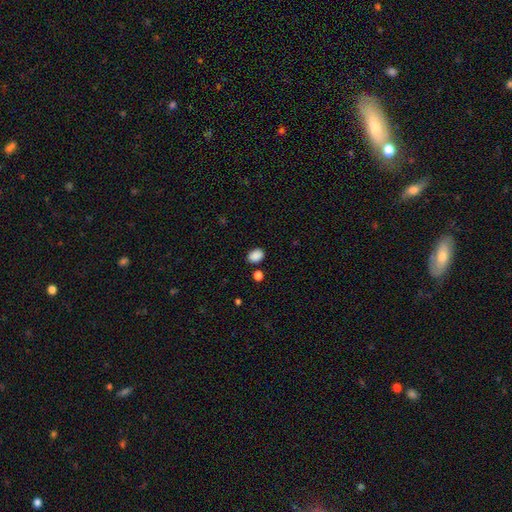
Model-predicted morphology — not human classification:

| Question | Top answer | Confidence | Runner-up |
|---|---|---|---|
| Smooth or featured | smooth | 88% | star or artifact (9%) |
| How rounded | in between | 76% | round (23%) |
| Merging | none | 82% | minor disturbance (11%) |